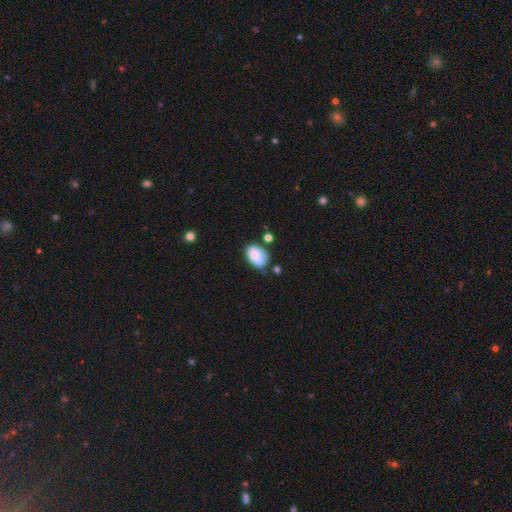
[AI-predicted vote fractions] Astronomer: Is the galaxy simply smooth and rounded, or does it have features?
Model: smooth — 85%.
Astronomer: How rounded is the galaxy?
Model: in between — 87%.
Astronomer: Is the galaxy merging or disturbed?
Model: none — 58%.